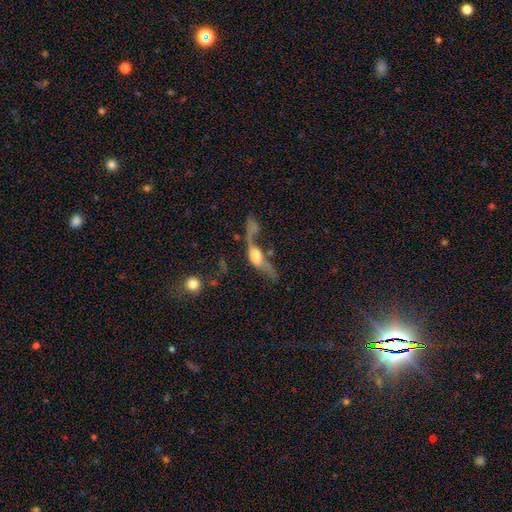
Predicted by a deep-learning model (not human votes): Q: Smooth or featured?
A: featured or disk (60%); runner-up: smooth (30%)
Q: Edge-on disk?
A: no (60%); runner-up: yes (40%)
Q: Merging?
A: major disturbance (38%); runner-up: merger (26%)